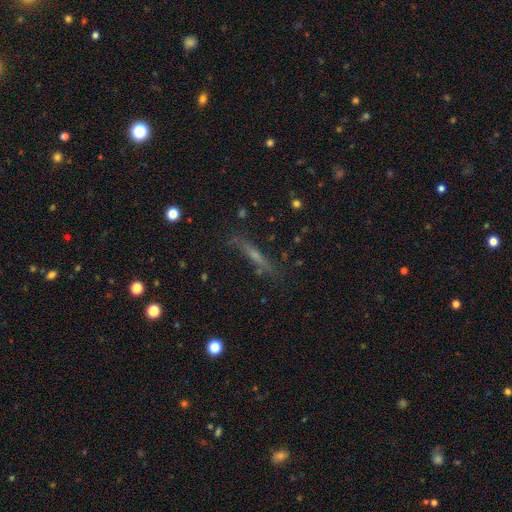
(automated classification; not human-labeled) Smooth or featured: featured or disk — 49% (smooth — 38%)
Merging: none — 75% (minor disturbance — 17%)